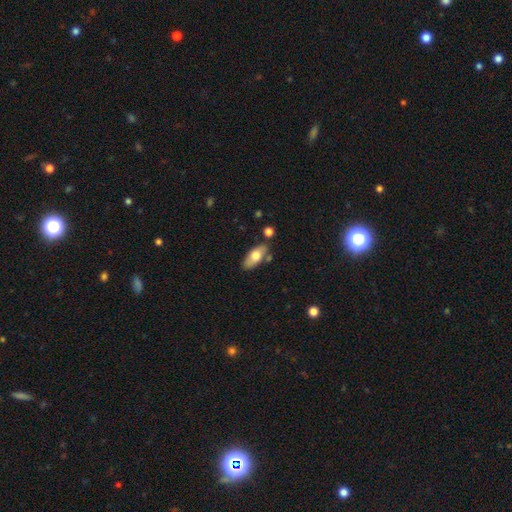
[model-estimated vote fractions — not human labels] Smooth or featured? Predicted: smooth (p=0.65). How rounded? Predicted: in between (p=0.84). Merging? Predicted: none (p=0.73).